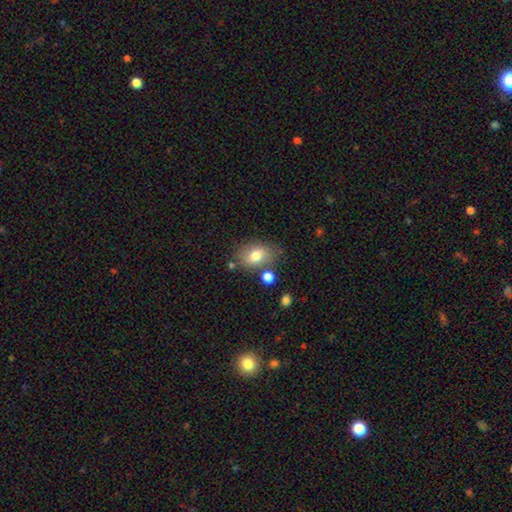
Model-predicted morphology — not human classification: smooth_or_featured: smooth (p=0.74) [alt: featured or disk p=0.16]
how_rounded: in between (p=0.78) [alt: round p=0.21]
merging: none (p=0.71) [alt: minor disturbance p=0.16]